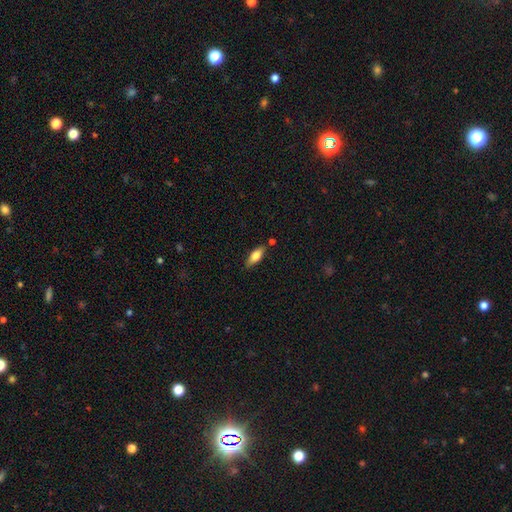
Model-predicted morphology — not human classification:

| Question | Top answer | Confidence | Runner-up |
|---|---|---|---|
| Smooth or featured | smooth | 68% | featured or disk (26%) |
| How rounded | in between | 68% | cigar-shaped (29%) |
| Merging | none | 79% | minor disturbance (14%) |